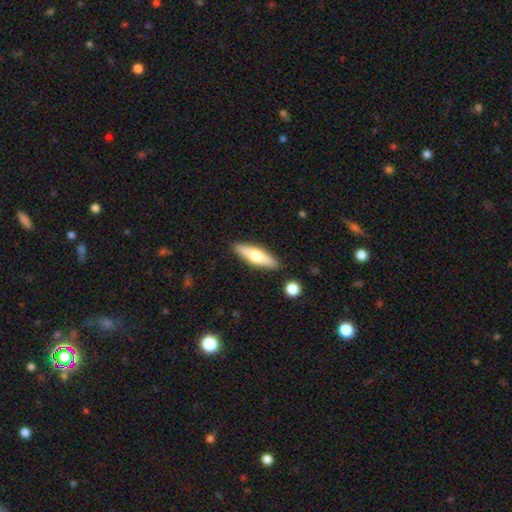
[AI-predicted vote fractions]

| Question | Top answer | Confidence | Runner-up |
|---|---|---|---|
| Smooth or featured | smooth | 55% | featured or disk (40%) |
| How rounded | cigar-shaped | 61% | in between (36%) |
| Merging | none | 87% | minor disturbance (8%) |